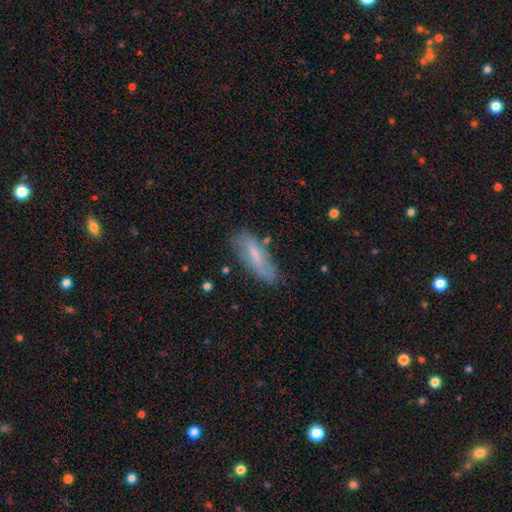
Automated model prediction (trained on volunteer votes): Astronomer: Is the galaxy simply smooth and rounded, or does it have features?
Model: smooth — 59% (runner-up: featured or disk, 34%).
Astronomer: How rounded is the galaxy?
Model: in between — 53% (runner-up: cigar-shaped, 45%).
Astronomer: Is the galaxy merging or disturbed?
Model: none — 70%.